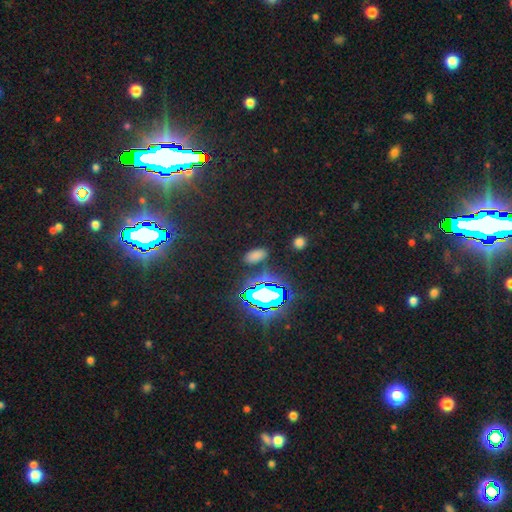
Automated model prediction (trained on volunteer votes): Smooth or featured: smooth — 56% (star or artifact — 38%)
How rounded: in between — 89% (round — 6%)
Merging: none — 85% (minor disturbance — 9%)